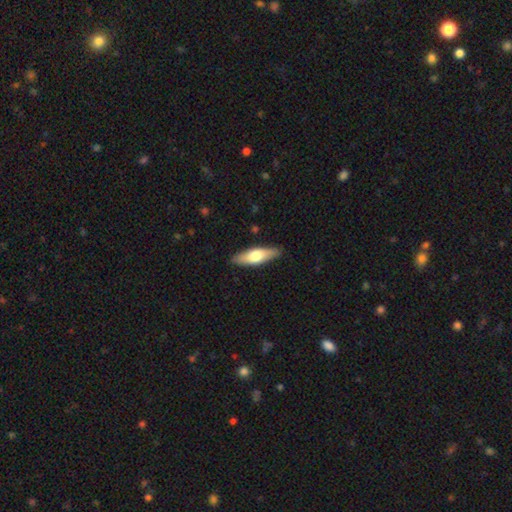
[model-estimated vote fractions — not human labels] This appears to be a smooth galaxy with no disk features (59%) that is cigar-shaped (56%). Merging: none (88%).